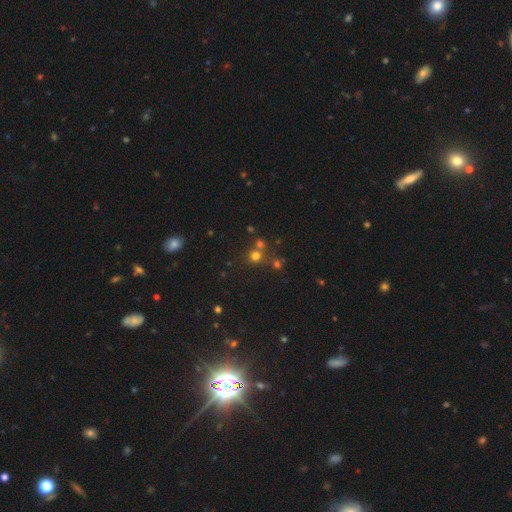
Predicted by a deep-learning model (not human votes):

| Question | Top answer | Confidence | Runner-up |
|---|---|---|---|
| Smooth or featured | smooth | 65% | star or artifact (27%) |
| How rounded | round | 91% | in between (8%) |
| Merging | none | 66% | merger (24%) |